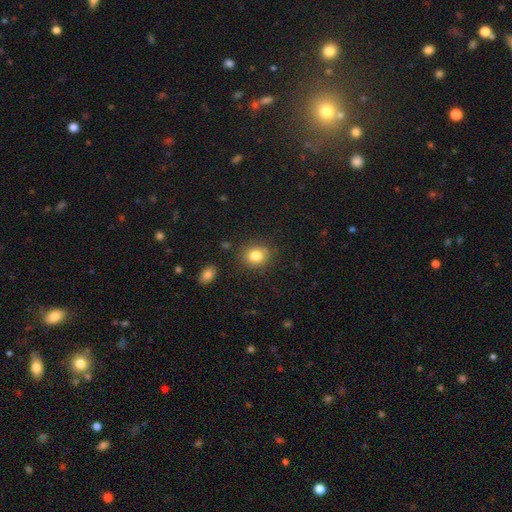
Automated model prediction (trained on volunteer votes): Overall: smooth (82%). How rounded: round (74%). Merging: none (83%).